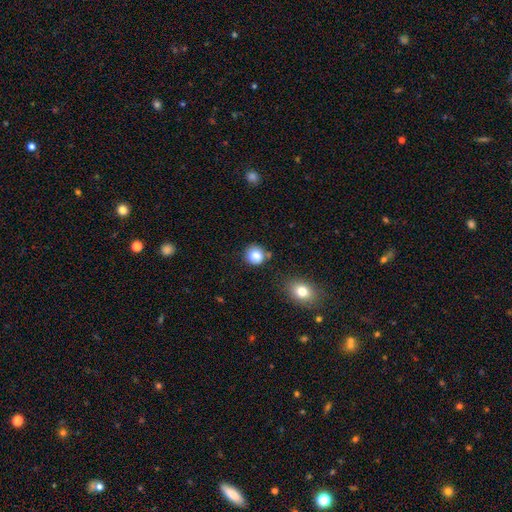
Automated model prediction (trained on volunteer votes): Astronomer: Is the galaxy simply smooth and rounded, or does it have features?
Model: smooth — 84%.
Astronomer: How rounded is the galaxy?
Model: round — 86%.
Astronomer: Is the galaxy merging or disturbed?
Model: none — 77%.